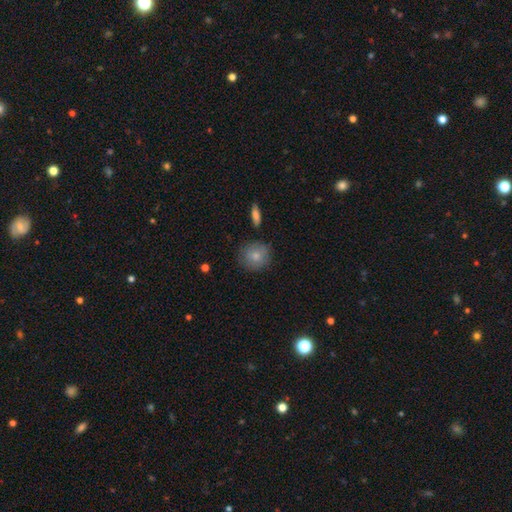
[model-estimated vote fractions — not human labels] Morphology: type=smooth (78%); roundness=round (88%); merging=none (79%).